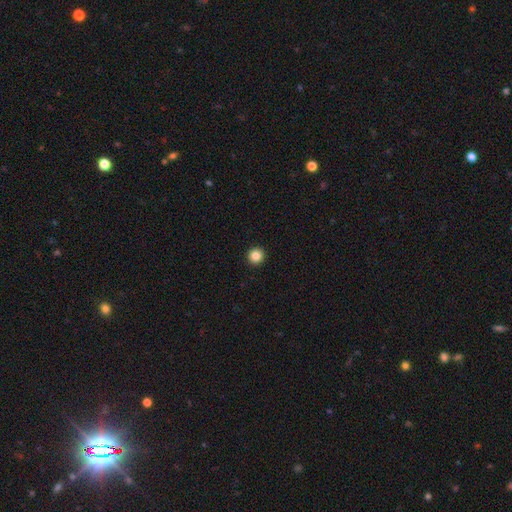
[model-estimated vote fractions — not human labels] Smooth or featured? Predicted: smooth (p=0.85). How rounded? Predicted: round (p=0.96). Merging? Predicted: none (p=0.94).